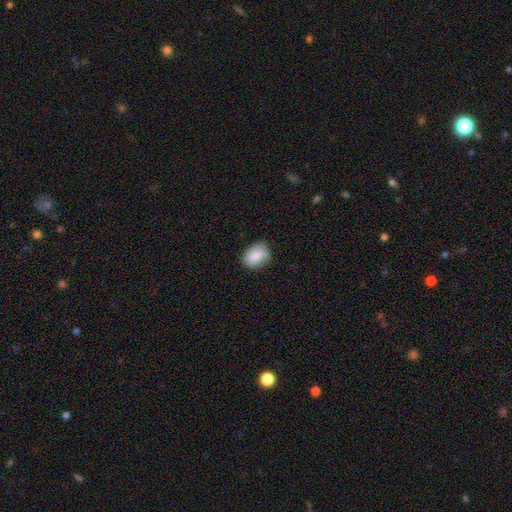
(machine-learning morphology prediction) Smooth or featured? Predicted: smooth (p=0.81). How rounded? Predicted: in between (p=0.68). Merging? Predicted: none (p=0.64).